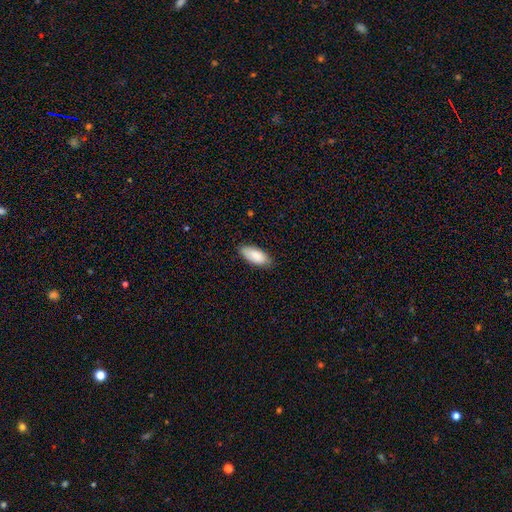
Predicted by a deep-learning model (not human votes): The model was most divided on "merging": none: 81%, minor disturbance: 16%, major disturbance: 2%, merger: 1%. More confident: smooth or featured — smooth (88%); how rounded — in between (87%).